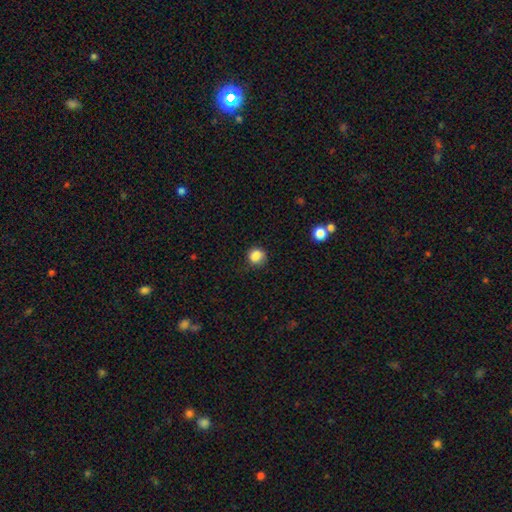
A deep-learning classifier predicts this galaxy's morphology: A smooth galaxy with no disk features (85%) that is round (77%). Merging: none (67%).